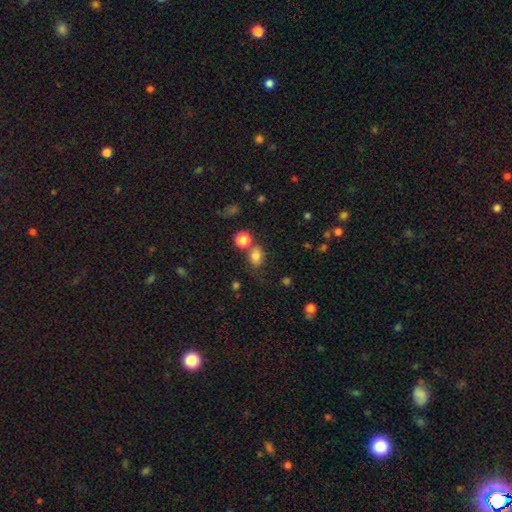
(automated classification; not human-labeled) This is likely a smooth galaxy (79%). How rounded: possibly in between (54%). Merging: likely none (62%).